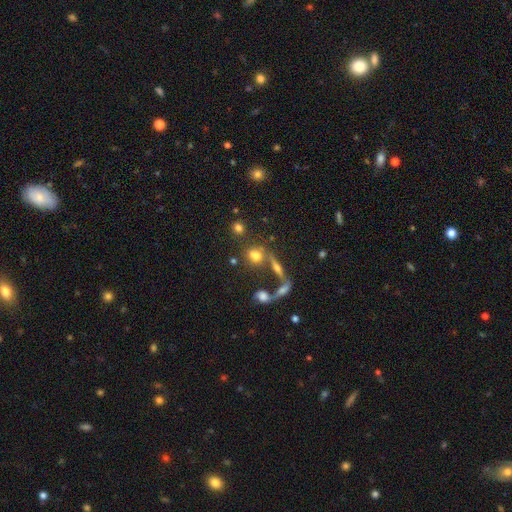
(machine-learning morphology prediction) Overall: smooth (65%). How rounded: round (48%; in between 44%). Merging: none (51%; merger 28%).